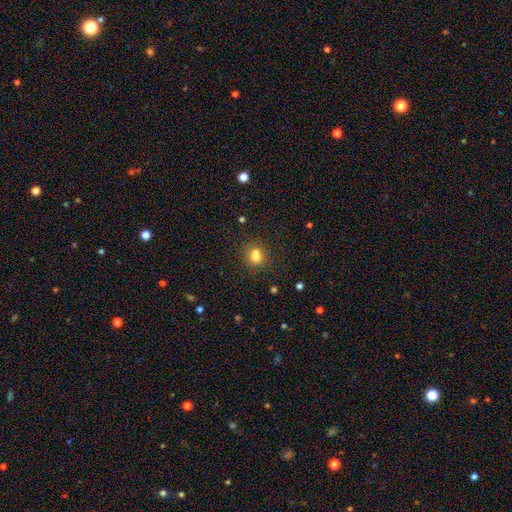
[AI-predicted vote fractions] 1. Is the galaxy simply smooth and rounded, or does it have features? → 75% smooth, 15% star or artifact, 10% featured or disk.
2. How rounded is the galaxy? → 66% round, 32% in between, 1% cigar-shaped.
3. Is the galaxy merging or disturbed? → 57% none, 26% merger, 12% minor disturbance, 4% major disturbance.